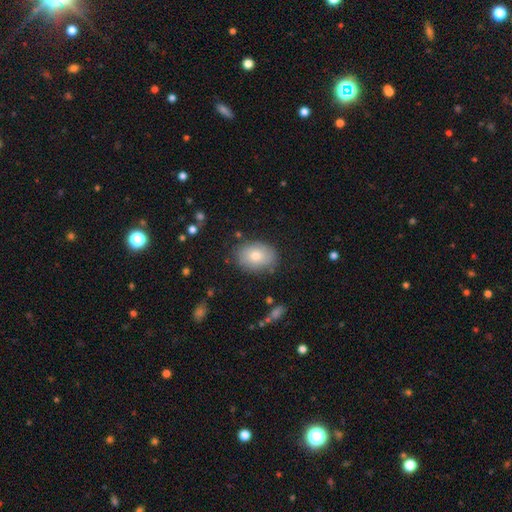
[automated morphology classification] smooth-or-featured: smooth: 77% | featured or disk: 16% | star or artifact: 7%
  how-rounded: in between: 75% | round: 23% | cigar-shaped: 1%
  merging: none: 80% | minor disturbance: 14% | major disturbance: 4% | merger: 2%